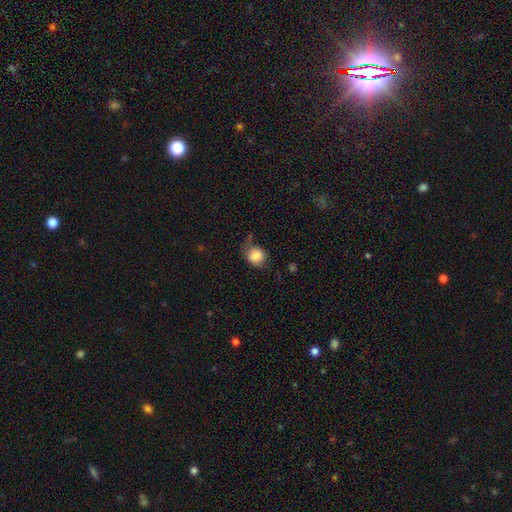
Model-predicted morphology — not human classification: The model was most divided on "merging": none: 53%, minor disturbance: 30%, major disturbance: 14%, merger: 3%. More confident: smooth or featured — smooth (82%); how rounded — round (69%).